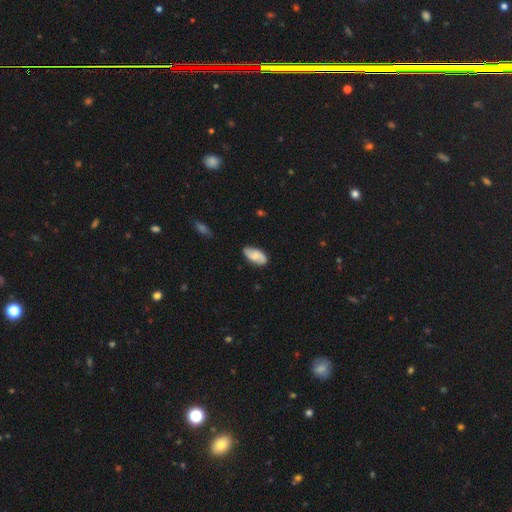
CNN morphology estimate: Smooth or featured?
  - smooth: 49% *
  - featured or disk: 44%
  - star or artifact: 7%
Merging?
  - none: 79% *
  - minor disturbance: 16%
  - major disturbance: 3%
  - merger: 2%